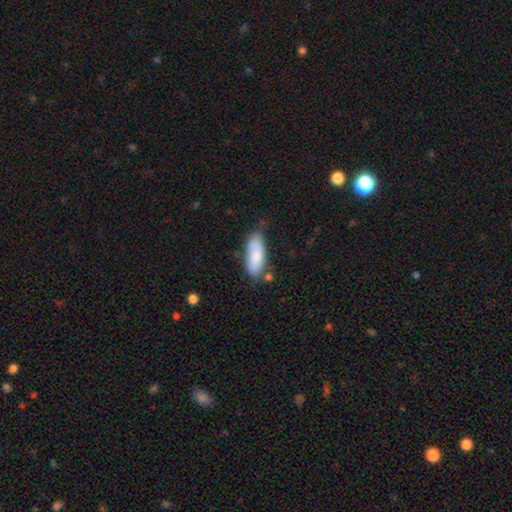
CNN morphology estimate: Smooth or featured: smooth — 80% (featured or disk — 14%)
How rounded: in between — 72% (cigar-shaped — 27%)
Merging: none — 67% (minor disturbance — 23%)